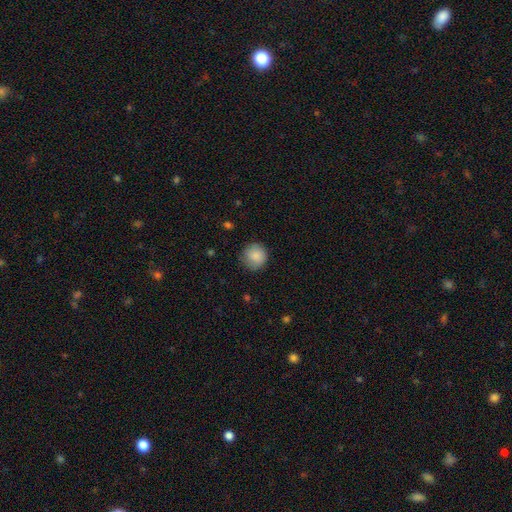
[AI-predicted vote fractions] This appears to be a smooth galaxy with no disk features (87%) that is round (93%). Merging: none (82%).